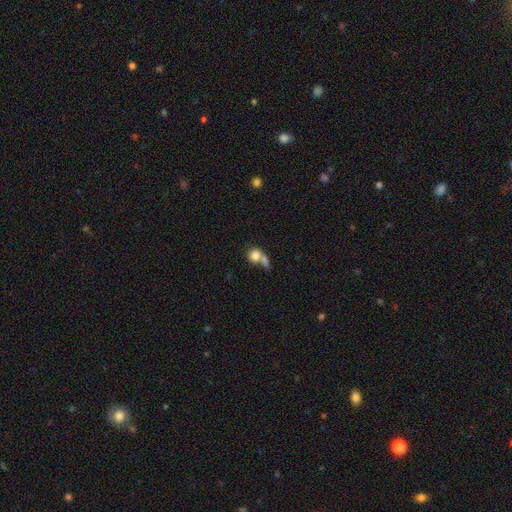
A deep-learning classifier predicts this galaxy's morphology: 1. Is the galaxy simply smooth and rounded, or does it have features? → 78% smooth, 13% featured or disk, 9% star or artifact.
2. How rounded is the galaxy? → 77% round, 21% in between, 2% cigar-shaped.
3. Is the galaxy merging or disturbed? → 52% merger, 30% none, 9% major disturbance, 9% minor disturbance.